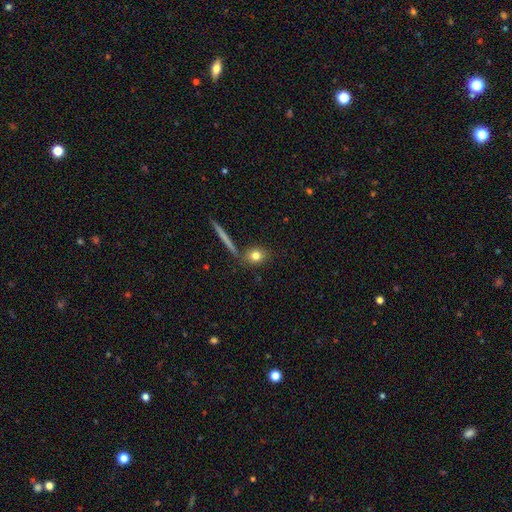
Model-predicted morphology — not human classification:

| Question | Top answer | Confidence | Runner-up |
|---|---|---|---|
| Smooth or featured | smooth | 78% | featured or disk (13%) |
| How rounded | round | 47% | in between (44%) |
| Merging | none | 76% | minor disturbance (11%) |